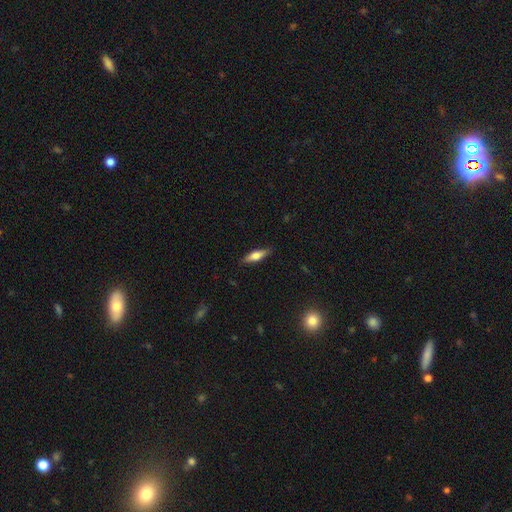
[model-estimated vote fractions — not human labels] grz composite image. It shows a smooth galaxy with no disk features (59%) that is cigar-shaped (57%). Merging: none (85%).